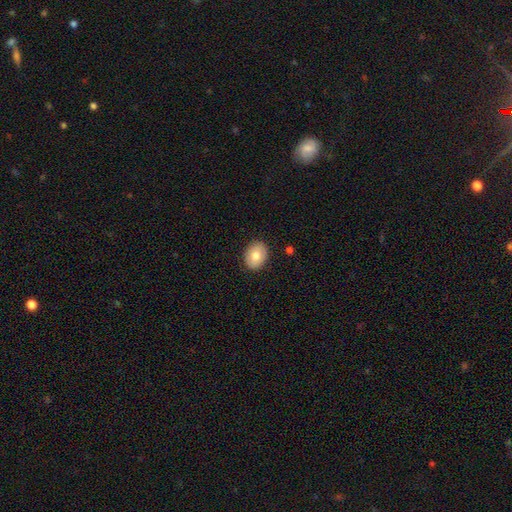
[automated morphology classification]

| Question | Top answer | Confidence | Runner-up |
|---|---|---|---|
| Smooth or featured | smooth | 77% | featured or disk (16%) |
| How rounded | in between | 64% | round (35%) |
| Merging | none | 88% | minor disturbance (9%) |